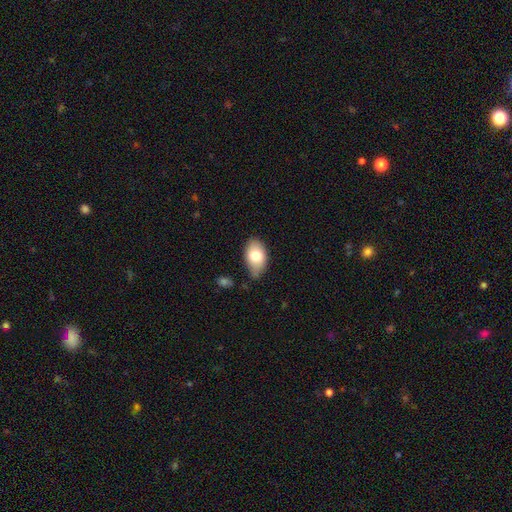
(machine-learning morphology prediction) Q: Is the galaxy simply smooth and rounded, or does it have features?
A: smooth — 76%.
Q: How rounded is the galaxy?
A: in between — 90%.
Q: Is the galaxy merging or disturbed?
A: none — 65%.